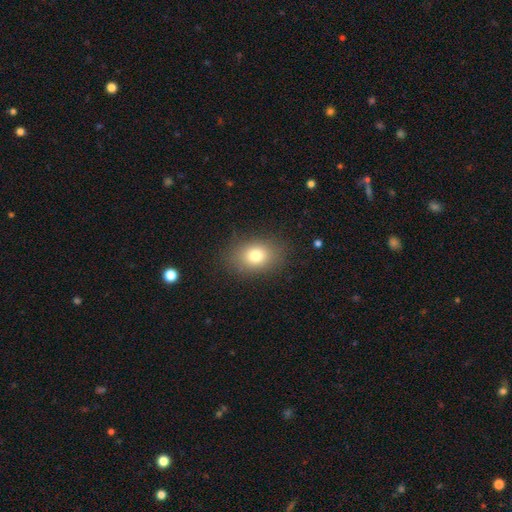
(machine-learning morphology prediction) Smooth or featured: smooth — 78% (star or artifact — 12%)
How rounded: in between — 64% (round — 35%)
Merging: none — 85% (minor disturbance — 10%)